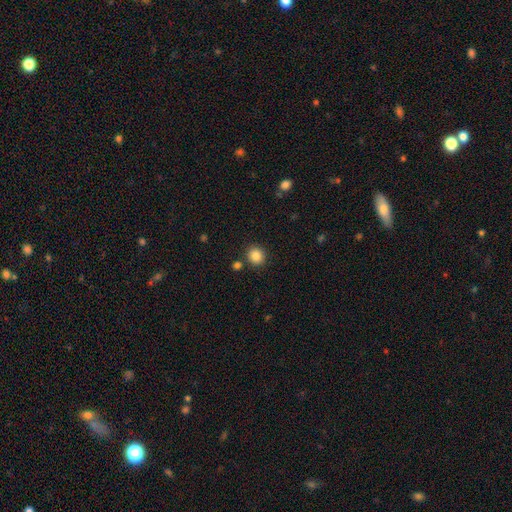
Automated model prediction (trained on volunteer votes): A smooth galaxy with no disk features (86%) that is round (88%). Merging: none (86%).